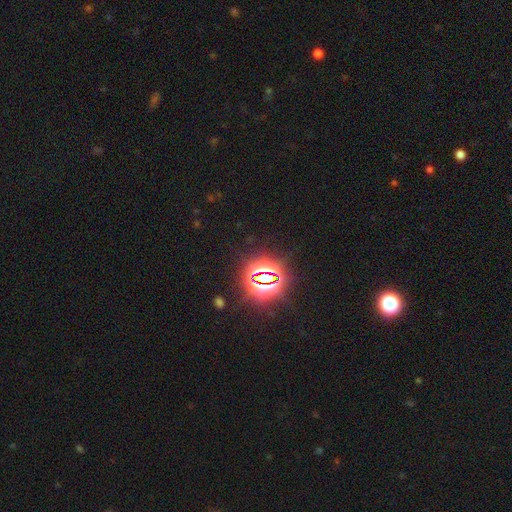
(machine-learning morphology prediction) A star or artifact, not a galaxy (82%).